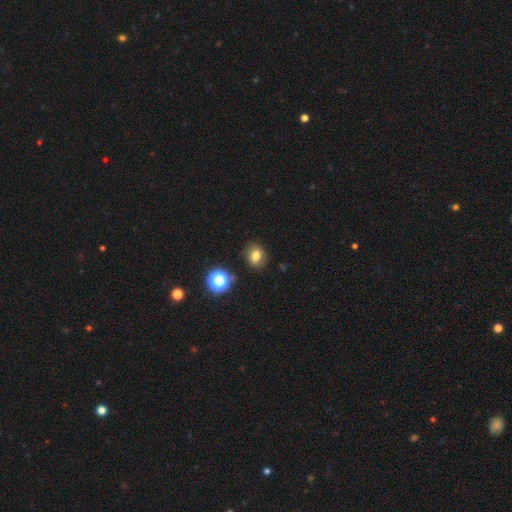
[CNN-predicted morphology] This appears to be a smooth galaxy with no disk features (78%) that is round (53%). Merging: none (84%).